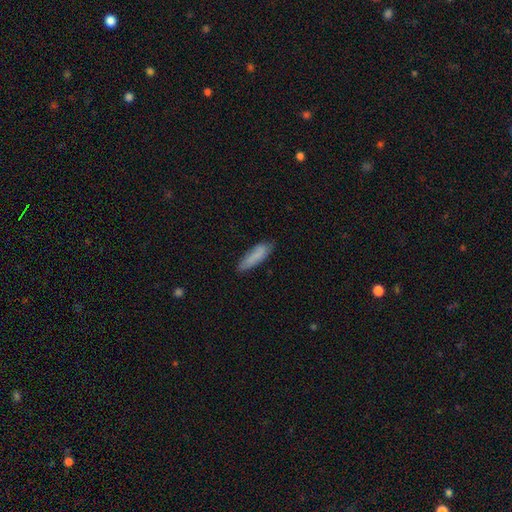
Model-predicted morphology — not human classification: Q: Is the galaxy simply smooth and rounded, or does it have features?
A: smooth — 83%.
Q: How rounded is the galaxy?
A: cigar-shaped — 66%.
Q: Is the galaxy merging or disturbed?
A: none — 76%.